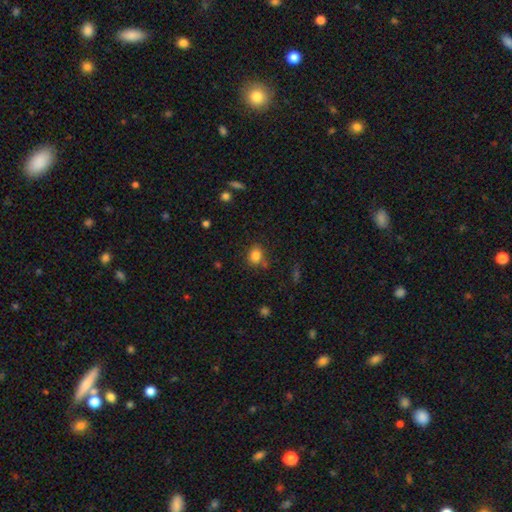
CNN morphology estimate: Smooth or featured? Predicted: smooth (p=0.83). How rounded? Predicted: round (p=0.62). Merging? Predicted: none (p=0.76).